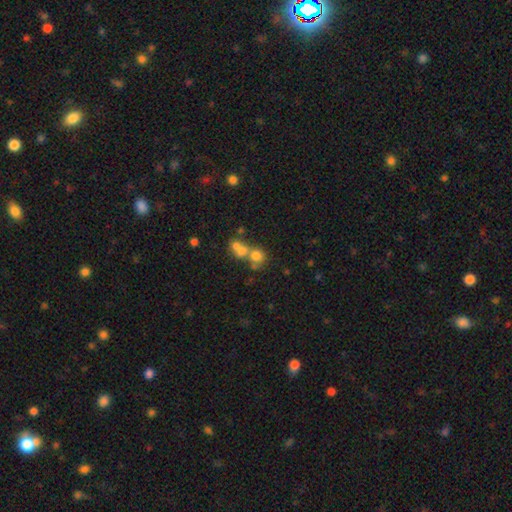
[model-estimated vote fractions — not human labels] This is likely a smooth galaxy (67%). How rounded: clearly round (82%). Merging: possibly merger (53%).